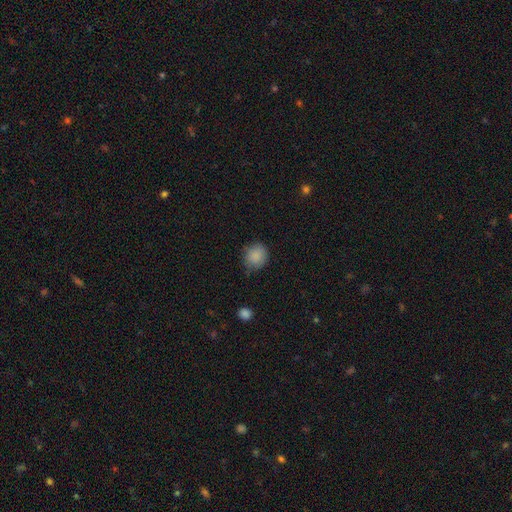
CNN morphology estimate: A smooth galaxy with no disk features (88%) that is round (81%). Merging: none (77%).